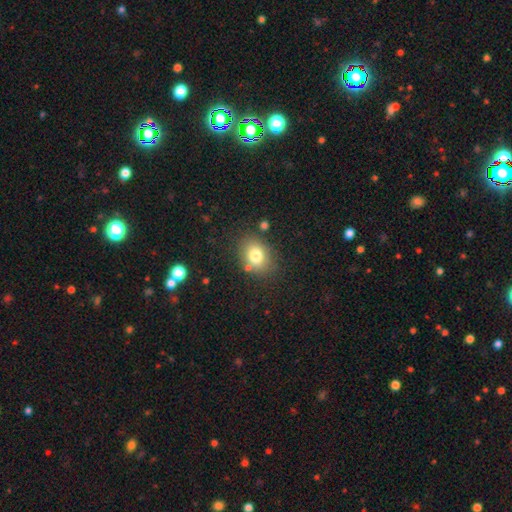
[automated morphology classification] smooth_or_featured: smooth (p=0.77) [alt: featured or disk p=0.12]
how_rounded: in between (p=0.59) [alt: round p=0.40]
merging: none (p=0.78) [alt: minor disturbance p=0.12]